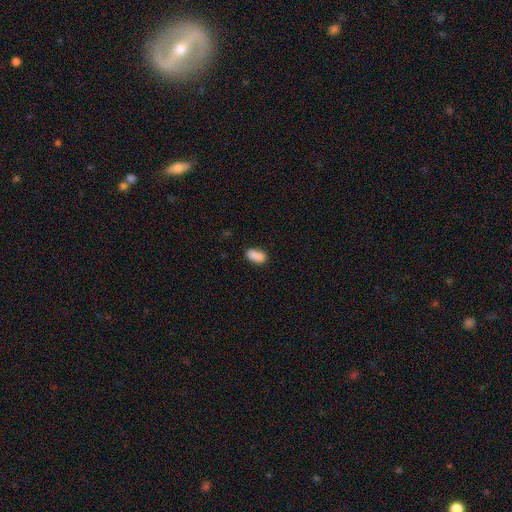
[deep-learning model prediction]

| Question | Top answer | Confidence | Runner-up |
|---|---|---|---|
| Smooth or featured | smooth | 88% | star or artifact (8%) |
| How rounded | in between | 91% | cigar-shaped (5%) |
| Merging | none | 79% | minor disturbance (15%) |